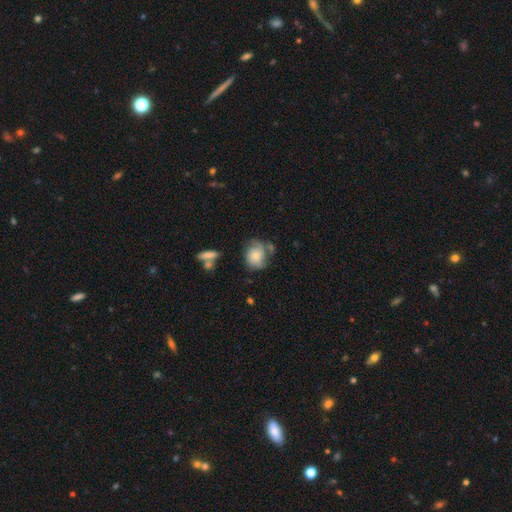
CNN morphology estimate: The model was most divided on "smooth or featured": smooth: 51%, featured or disk: 41%, star or artifact: 8%. Remaining: how rounded — round (60%); merging — none (44%).